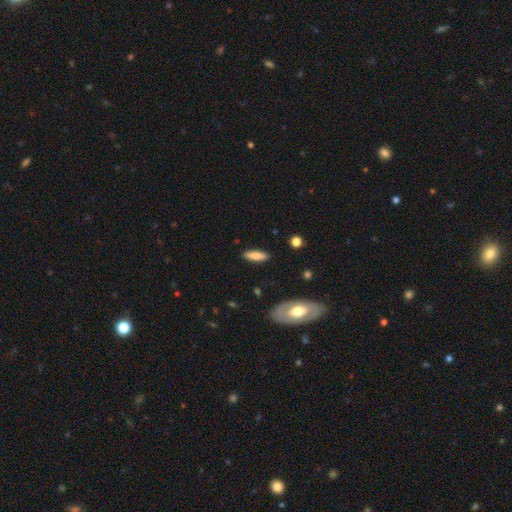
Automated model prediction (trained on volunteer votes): Smooth or featured? smooth (74%)
How rounded? cigar-shaped (56%)
Merging? none (87%)